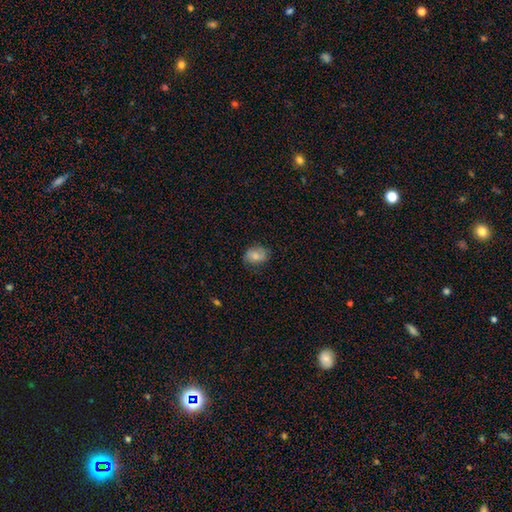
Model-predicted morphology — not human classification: This is likely a smooth galaxy (76%). How rounded: likely in between (61%). Merging: likely none (74%).